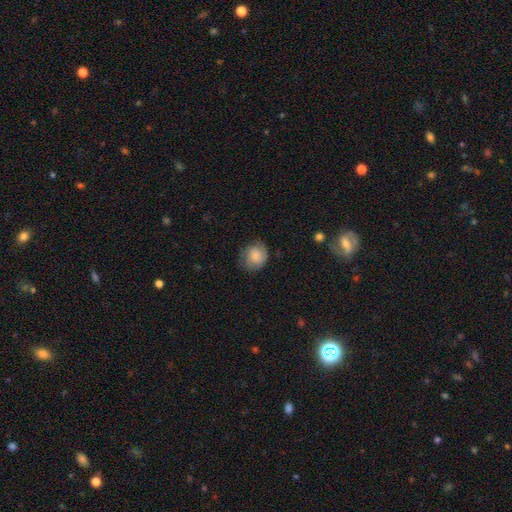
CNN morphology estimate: Smooth or featured? smooth (75%)
How rounded? round (72%)
Merging? none (67%)